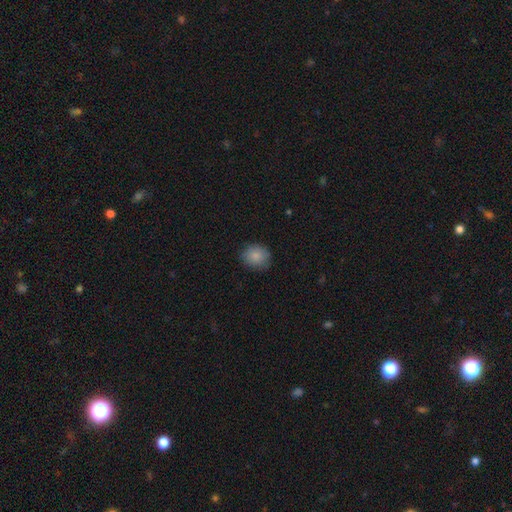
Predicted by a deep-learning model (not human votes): smooth-or-featured: smooth: 86% | star or artifact: 8% | featured or disk: 6%
  how-rounded: round: 76% | in between: 23% | cigar-shaped: 1%
  merging: none: 82% | minor disturbance: 14% | major disturbance: 3% | merger: 1%